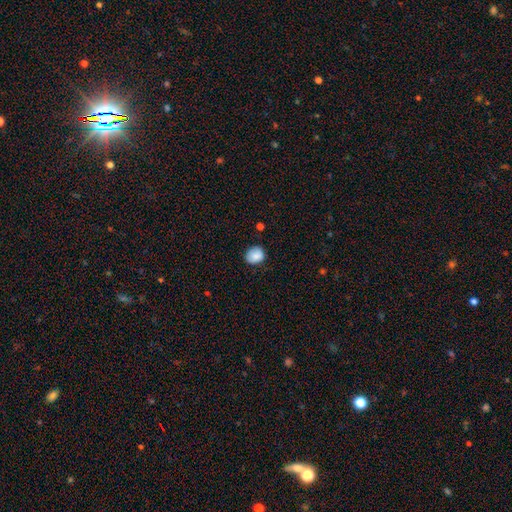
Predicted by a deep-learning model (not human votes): smooth_or_featured: smooth (p=0.84) [alt: star or artifact p=0.08]
how_rounded: round (p=0.64) [alt: in between p=0.35]
merging: none (p=0.74) [alt: minor disturbance p=0.21]